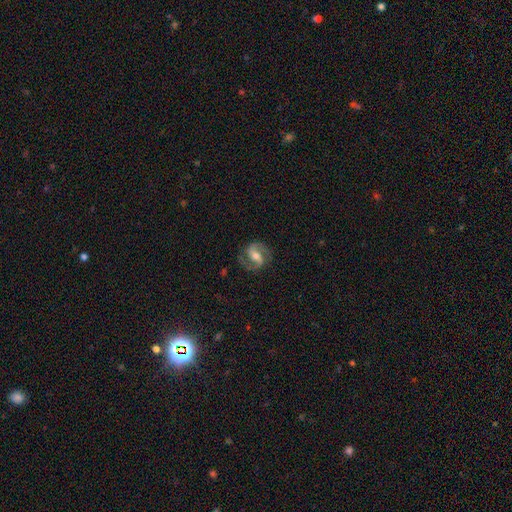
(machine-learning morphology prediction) This is clearly a featured or disk galaxy (87%). It is clearly not viewed edge-on (98%). Bar: marginally weak (43%). Spiral arm pattern: clearly yes (97%). Spiral arm count: clearly 2 (93%). Spiral winding: possibly medium (58%). Central bulge: likely moderate (62%). Merging: clearly none (82%).